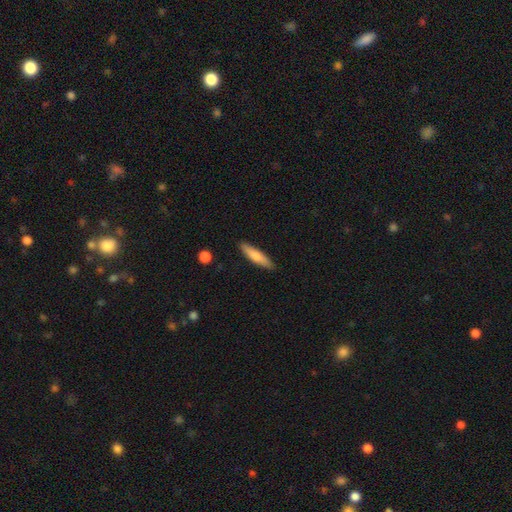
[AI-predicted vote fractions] This is likely a smooth galaxy (73%). How rounded: likely cigar-shaped (78%). Merging: clearly none (88%).